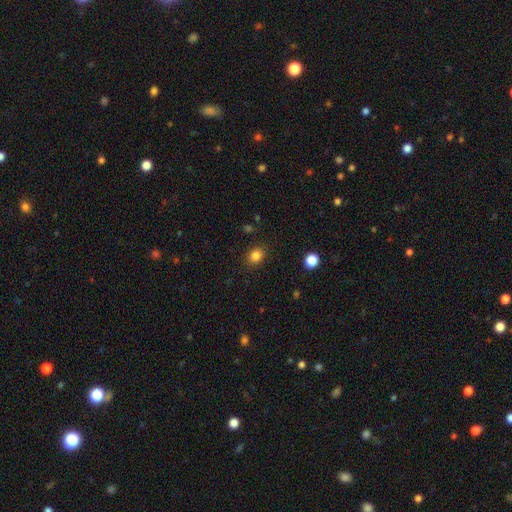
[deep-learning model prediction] Smooth or featured? smooth (84%)
How rounded? in between (50%)
Merging? none (87%)